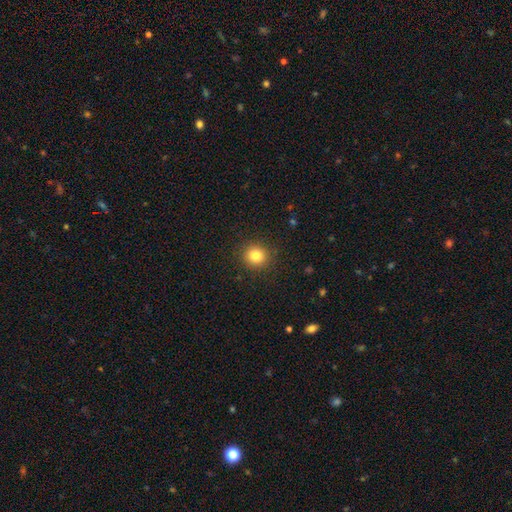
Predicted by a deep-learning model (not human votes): A smooth galaxy with no disk features (82%) that is round (91%).

Vote fractions:
- Smooth or featured? smooth: 82% / star or artifact: 12% / featured or disk: 7%
- How rounded? round: 91% / in between: 8% / cigar-shaped: 1%
- Merging? none: 90% / minor disturbance: 6% / major disturbance: 2% / merger: 1%